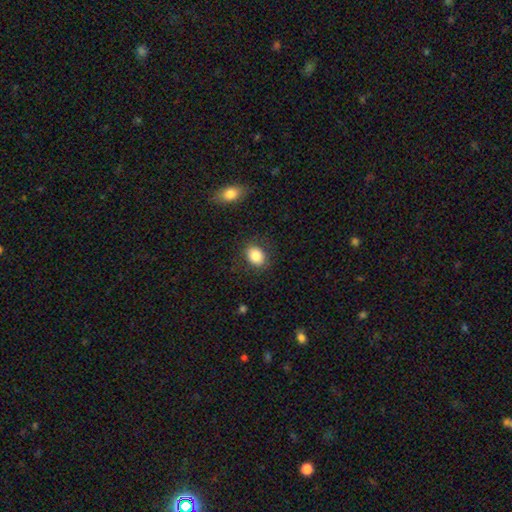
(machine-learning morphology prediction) The model was most divided on "how rounded": in between: 56%, round: 43%, cigar-shaped: 1%. More confident: merging — none (85%); smooth or featured — smooth (84%).